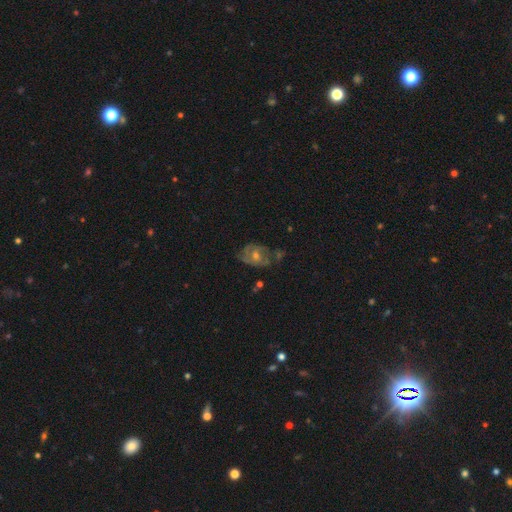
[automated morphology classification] Smooth or featured? featured or disk (65%)
Edge-on disk? no (96%)
Bar? no (67%)
Spiral arms? yes (75%)
Bulge size? moderate (61%)
Merging? none (57%)